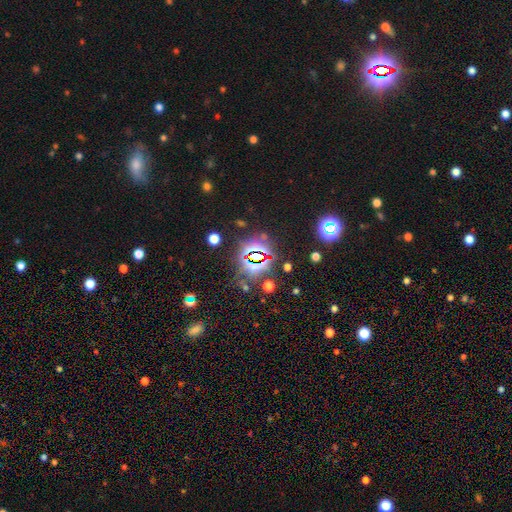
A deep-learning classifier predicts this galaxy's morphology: Overall: star or artifact (78%).